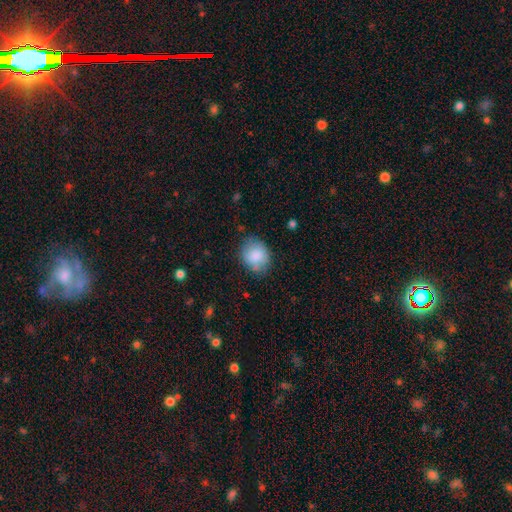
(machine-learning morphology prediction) type=smooth (85%); roundness=round (61%); merging=none (74%).